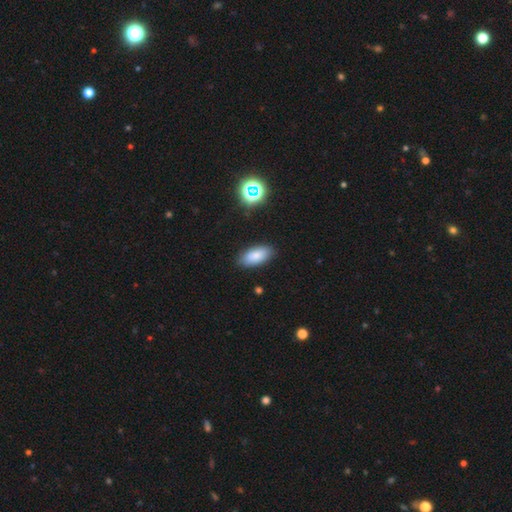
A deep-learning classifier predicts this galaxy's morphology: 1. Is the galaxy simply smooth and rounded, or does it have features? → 83% smooth, 9% star or artifact, 8% featured or disk.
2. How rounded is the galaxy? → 91% in between, 6% cigar-shaped, 3% round.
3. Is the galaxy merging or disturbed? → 87% none, 9% minor disturbance, 2% major disturbance, 1% merger.